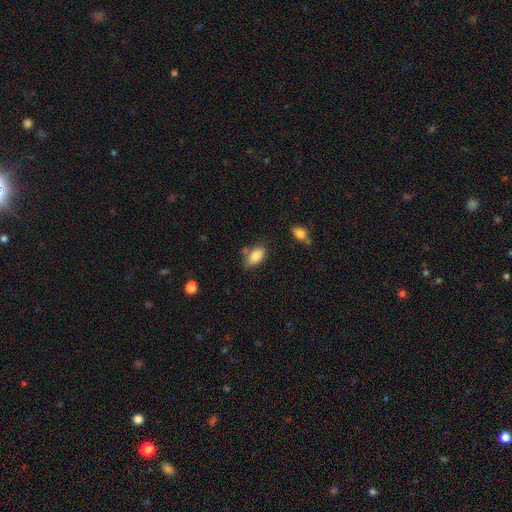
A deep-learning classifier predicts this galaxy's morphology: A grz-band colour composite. It shows a smooth galaxy with no disk features (86%) that is in between round and cigar-shaped (92%). Merging: none (64%).